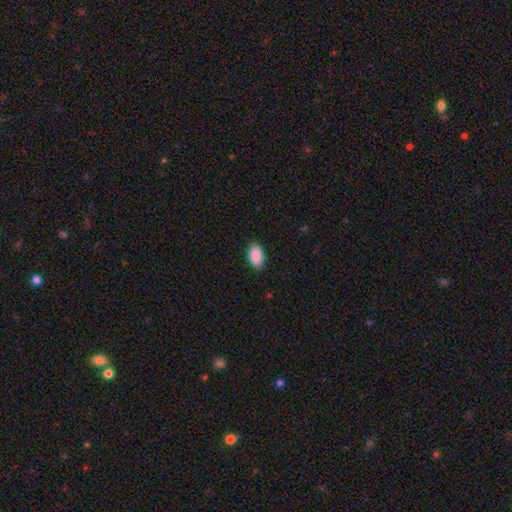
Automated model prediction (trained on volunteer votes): A smooth galaxy with no disk features (91%) that is in between round and cigar-shaped (94%).

Vote fractions:
- Smooth or featured? smooth: 91% / star or artifact: 6% / featured or disk: 3%
- How rounded? in between: 94% / round: 4% / cigar-shaped: 2%
- Merging? none: 87% / minor disturbance: 10% / major disturbance: 2% / merger: 1%